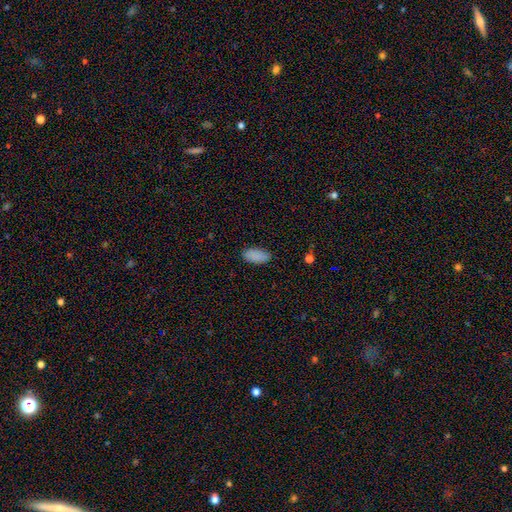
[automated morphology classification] Smooth or featured? smooth (88%)
How rounded? in between (93%)
Merging? none (84%)